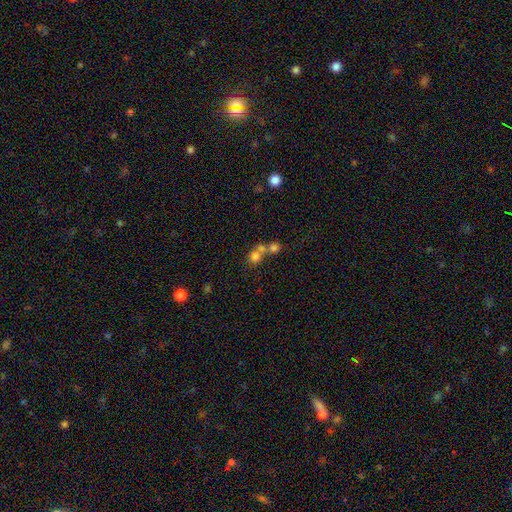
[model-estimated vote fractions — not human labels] Q: Smooth or featured?
A: smooth (70%); runner-up: star or artifact (16%)
Q: How rounded?
A: round (80%); runner-up: in between (18%)
Q: Merging?
A: merger (57%); runner-up: none (34%)